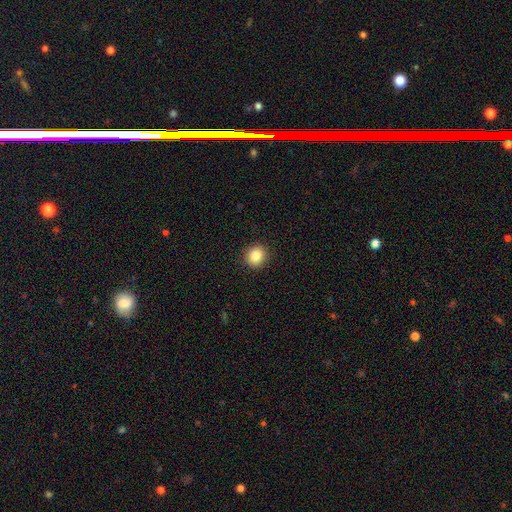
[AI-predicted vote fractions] Morphology: type=smooth (84%); roundness=round (88%); merging=none (92%).